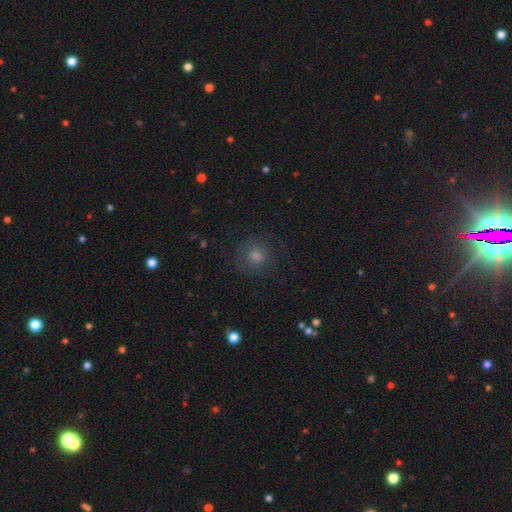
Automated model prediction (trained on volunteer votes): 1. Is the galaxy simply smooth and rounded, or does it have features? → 63% smooth, 24% star or artifact, 12% featured or disk.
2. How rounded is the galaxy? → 92% round, 7% in between, 1% cigar-shaped.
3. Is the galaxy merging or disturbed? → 85% none, 9% minor disturbance, 4% major disturbance, 1% merger.